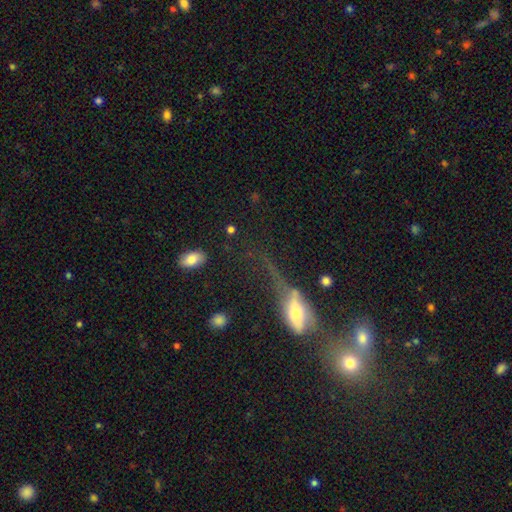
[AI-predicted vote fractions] Smooth or featured: featured or disk — 41% (smooth — 38%)
Merging: major disturbance — 38% (none — 25%)